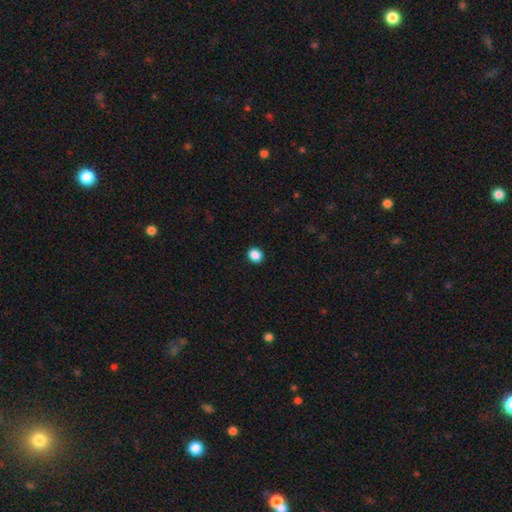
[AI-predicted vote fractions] A smooth galaxy with no disk features (88%) that is round (75%). Merging: none (92%).